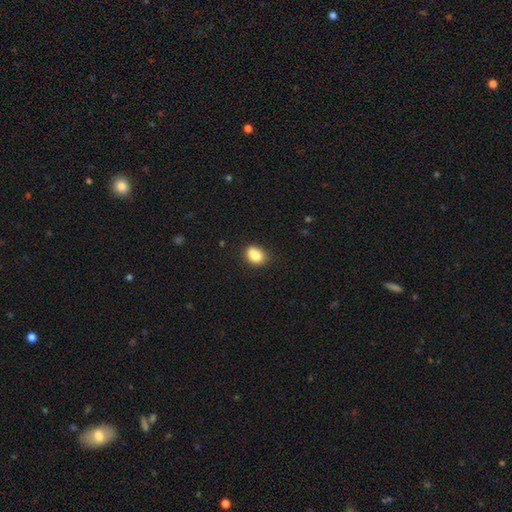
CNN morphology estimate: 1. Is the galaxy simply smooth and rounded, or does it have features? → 82% smooth, 10% star or artifact, 8% featured or disk.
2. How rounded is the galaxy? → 65% in between, 34% round, 1% cigar-shaped.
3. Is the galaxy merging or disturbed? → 63% none, 20% minor disturbance, 12% merger, 5% major disturbance.